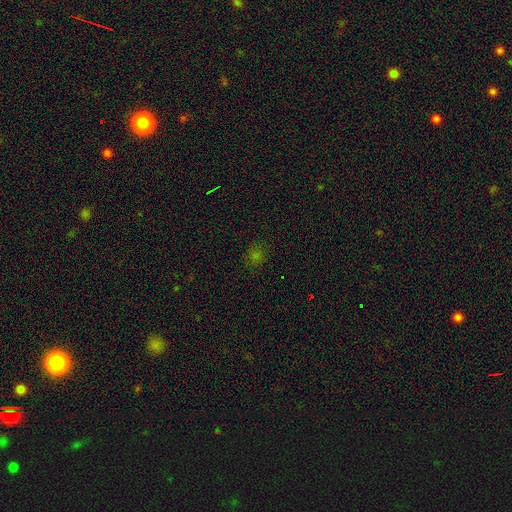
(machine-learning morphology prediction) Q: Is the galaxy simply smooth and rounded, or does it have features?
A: smooth — 58%.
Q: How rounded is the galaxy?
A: round — 79%.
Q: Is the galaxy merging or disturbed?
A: none — 85%.